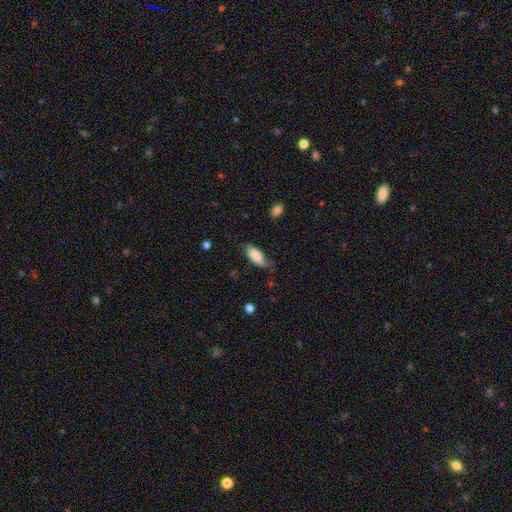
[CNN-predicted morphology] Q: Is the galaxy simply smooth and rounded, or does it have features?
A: smooth — 83%.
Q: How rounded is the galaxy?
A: in between — 84%.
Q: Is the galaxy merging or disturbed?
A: none — 62%.